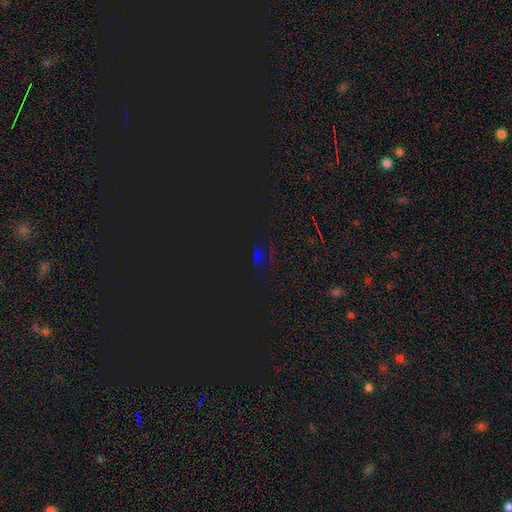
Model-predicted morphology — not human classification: This is likely a star or artifact rather than a galaxy (77%).